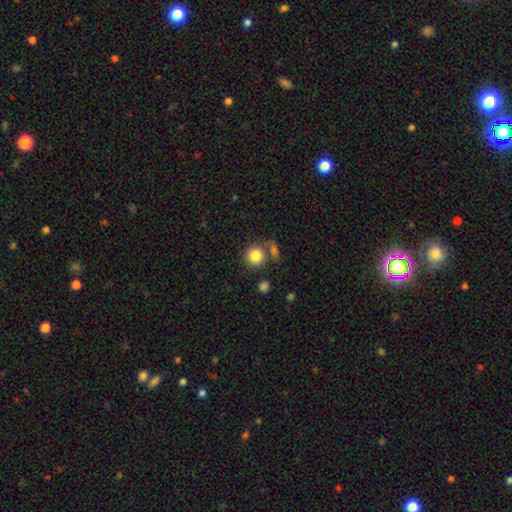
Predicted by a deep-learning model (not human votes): smooth_or_featured: smooth (p=0.84) [alt: star or artifact p=0.09]
how_rounded: round (p=0.89) [alt: in between p=0.10]
merging: none (p=0.65) [alt: merger p=0.19]